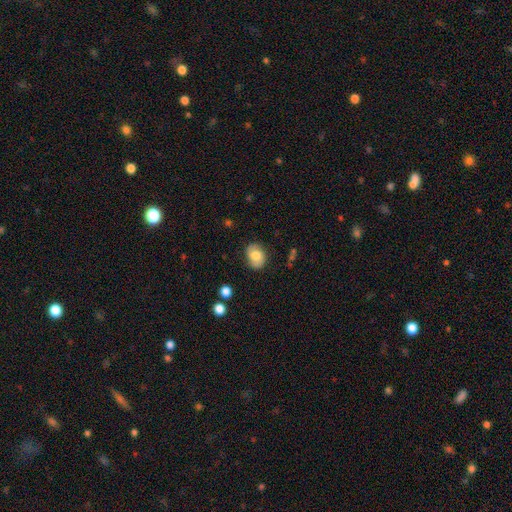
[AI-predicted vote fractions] smooth 64%, featured or disk 27%, star or artifact 8%. Down the decision tree: how rounded — in between (56%); merging — none (80%).